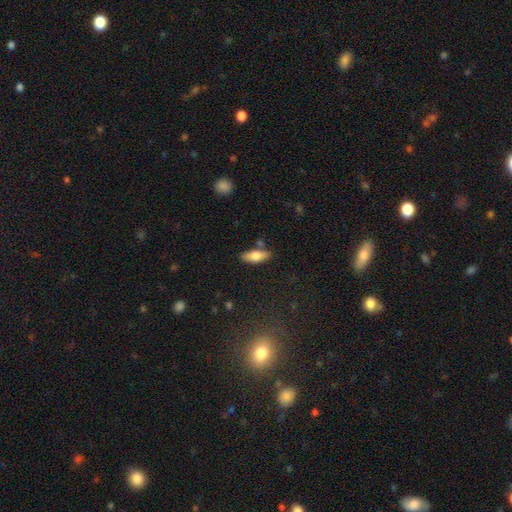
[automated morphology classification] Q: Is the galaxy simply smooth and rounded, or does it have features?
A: smooth — 73%.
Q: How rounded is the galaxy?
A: in between — 69%.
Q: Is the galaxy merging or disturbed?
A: none — 77%.